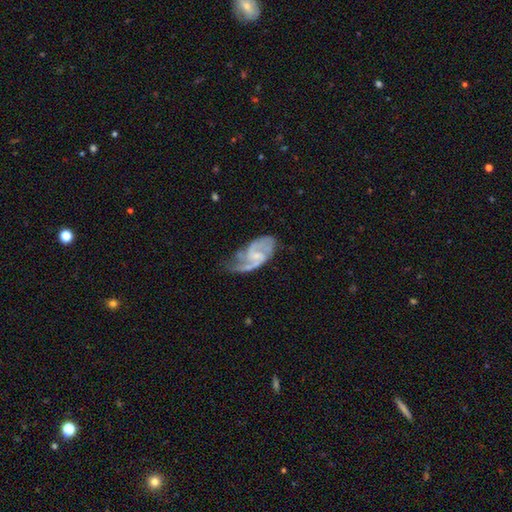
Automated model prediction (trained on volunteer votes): The model was most divided on "spiral winding": medium: 50%, loose: 32%, tight: 18%. Remaining: edge-on disk — no (97%); spiral arms — yes (95%); smooth or featured — featured or disk (85%); spiral arm count — 2 (75%); bulge size — small (56%); bar — weak (53%); merging — none (49%).